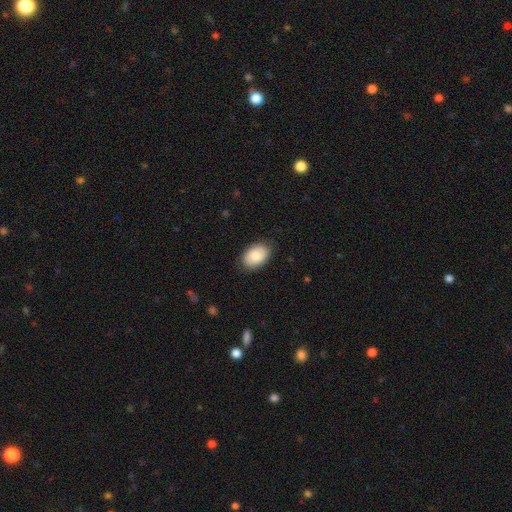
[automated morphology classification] type=smooth (84%); roundness=in between (87%); merging=none (85%).